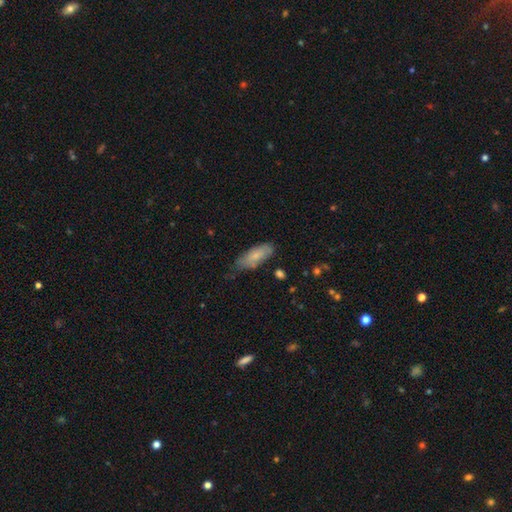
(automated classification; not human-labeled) This is likely a smooth galaxy (75%). How rounded: likely in between (74%). Merging: possibly none (59%).